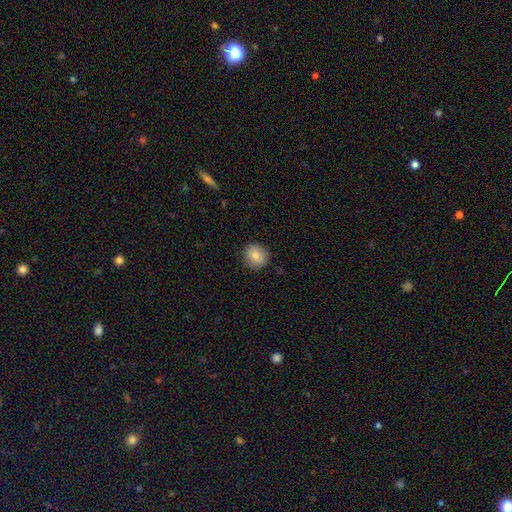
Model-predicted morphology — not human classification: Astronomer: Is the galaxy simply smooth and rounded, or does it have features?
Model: smooth — 81%.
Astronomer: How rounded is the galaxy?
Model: round — 88%.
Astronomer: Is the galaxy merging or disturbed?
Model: none — 89%.